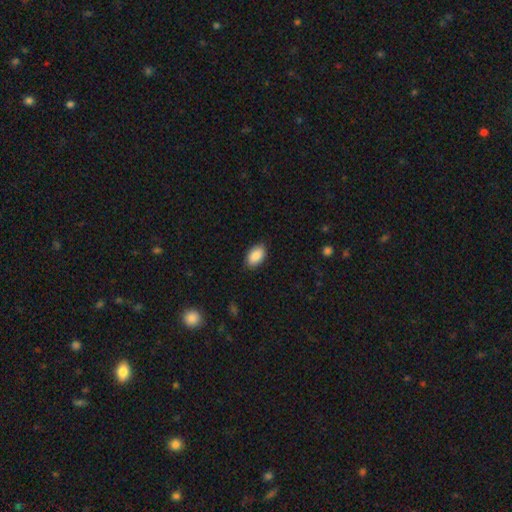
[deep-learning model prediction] Morphology: type=smooth (89%); roundness=in between (93%); merging=none (86%).